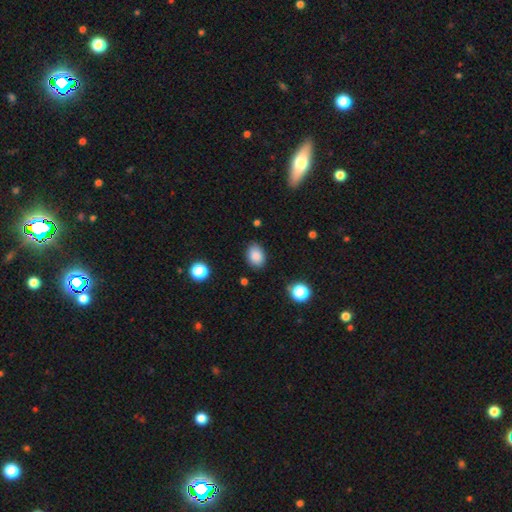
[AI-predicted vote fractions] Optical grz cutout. It shows a smooth galaxy with no disk features (87%) that is in between round and cigar-shaped (76%). Merging: none (83%).